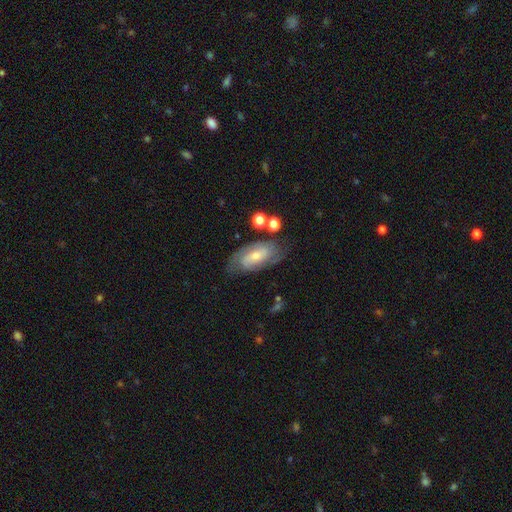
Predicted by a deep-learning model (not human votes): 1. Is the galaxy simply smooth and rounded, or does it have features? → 66% featured or disk, 26% smooth, 7% star or artifact.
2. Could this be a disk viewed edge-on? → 93% no, 7% yes.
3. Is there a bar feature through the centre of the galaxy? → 56% no, 33% weak, 11% strong.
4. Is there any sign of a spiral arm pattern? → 87% yes, 13% no.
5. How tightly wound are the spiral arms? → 46% tight, 39% medium, 15% loose.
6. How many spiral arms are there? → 61% 2, 26% can't tell, 6% 3, 4% 1, 2% 4, 2% more than 4.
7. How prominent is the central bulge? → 57% small, 37% moderate, 3% large, 2% none, 1% dominant.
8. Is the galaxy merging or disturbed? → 66% none, 20% minor disturbance, 10% major disturbance, 4% merger.